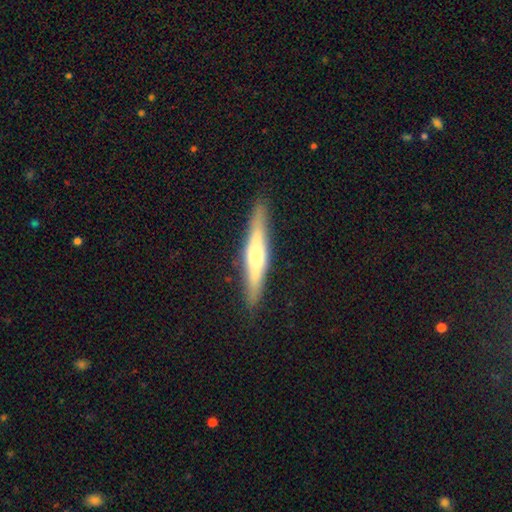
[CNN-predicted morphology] Q: Smooth or featured?
A: featured or disk (60%); runner-up: smooth (34%)
Q: Edge-on disk?
A: yes (94%); runner-up: no (6%)
Q: Edge-on bulge?
A: rounded (77%); runner-up: none (13%)
Q: Merging?
A: none (90%); runner-up: minor disturbance (8%)